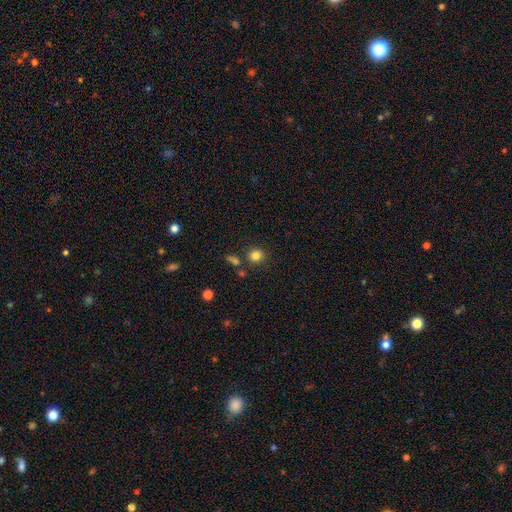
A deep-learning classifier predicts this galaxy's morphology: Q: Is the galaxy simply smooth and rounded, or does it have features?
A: smooth — 82%.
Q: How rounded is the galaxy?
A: round — 86%.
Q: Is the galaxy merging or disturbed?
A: none — 80%.